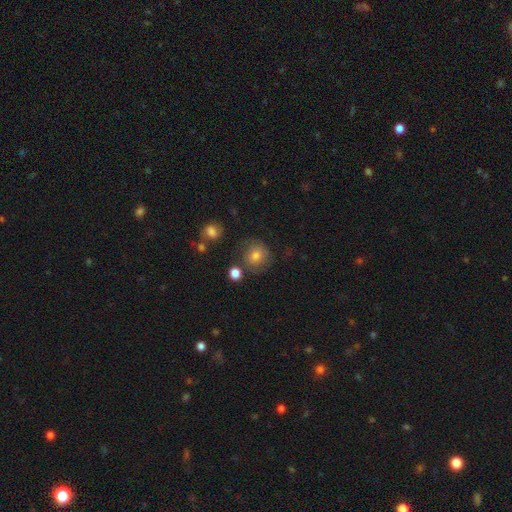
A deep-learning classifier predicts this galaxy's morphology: A smooth galaxy with no disk features (67%) that is round (88%).

Vote fractions:
- Smooth or featured? smooth: 67% / featured or disk: 21% / star or artifact: 12%
- How rounded? round: 88% / in between: 11% / cigar-shaped: 1%
- Merging? none: 71% / minor disturbance: 16% / major disturbance: 7% / merger: 6%